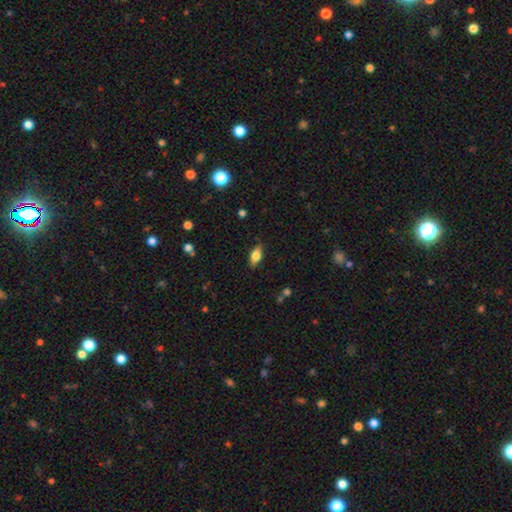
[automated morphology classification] This appears to be a smooth galaxy with no disk features (60%) that is in between round and cigar-shaped (80%). Merging: none (85%).